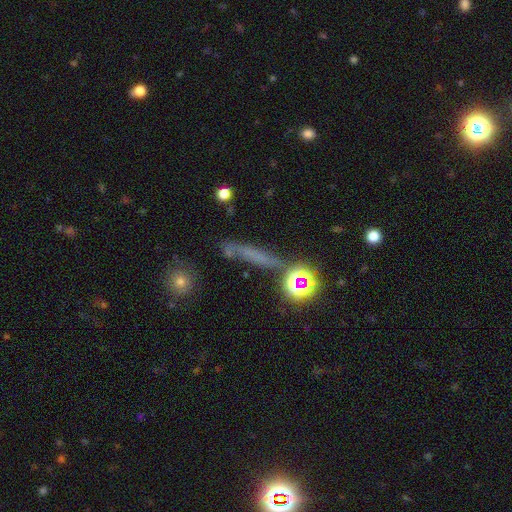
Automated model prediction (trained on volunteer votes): The model was most divided on "smooth or featured": smooth: 40%, star or artifact: 33%, featured or disk: 27%. More confident: merging — none (69%).